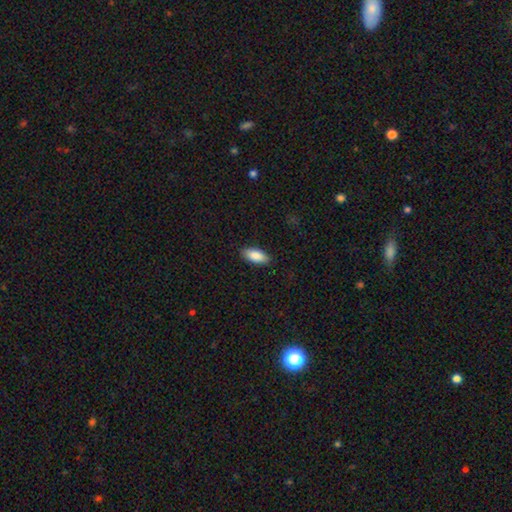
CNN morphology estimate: Q: Smooth or featured?
A: smooth (87%); runner-up: featured or disk (7%)
Q: How rounded?
A: in between (87%); runner-up: cigar-shaped (11%)
Q: Merging?
A: none (88%); runner-up: minor disturbance (9%)